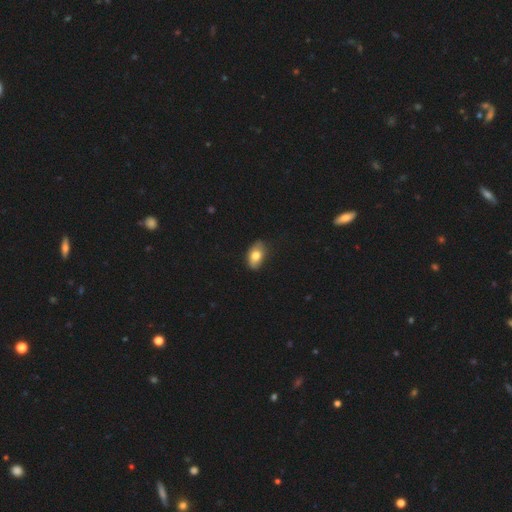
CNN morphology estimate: This appears to be a smooth galaxy with no disk features (76%) that is in between round and cigar-shaped (90%). Merging: none (81%).